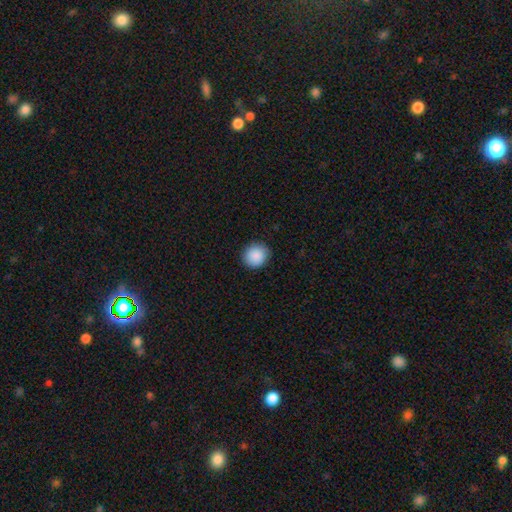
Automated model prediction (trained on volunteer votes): Overall: smooth (89%). How rounded: round (88%). Merging: none (90%).